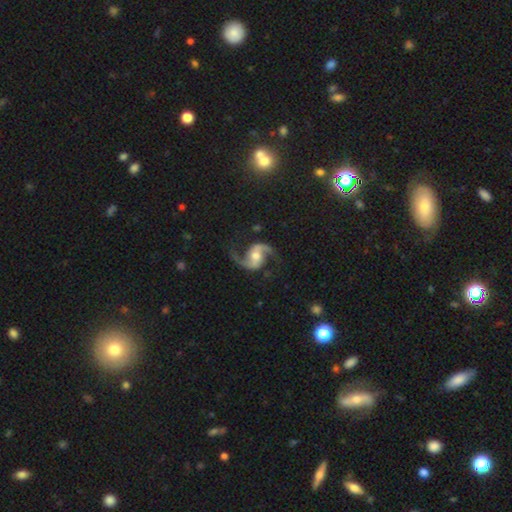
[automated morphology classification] Overall: featured or disk (92%). Edge-on disk: no (98%). Bar: no (39%; weak 38%). Spiral arms: yes (98%). Spiral arm count: 2 (95%). Spiral winding: loose (60%; medium 33%). Bulge size: moderate (64%). Merging: none (79%).